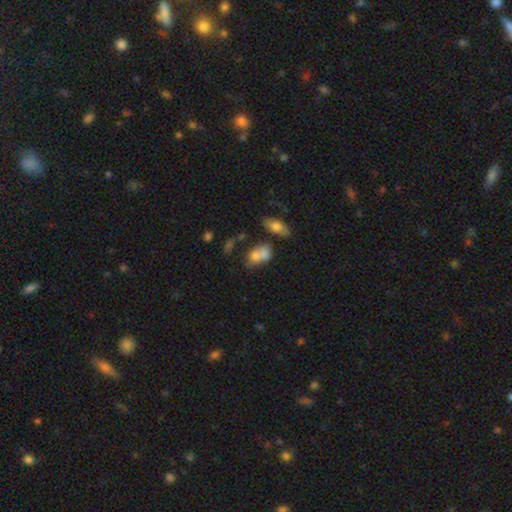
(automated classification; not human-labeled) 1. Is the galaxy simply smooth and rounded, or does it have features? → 73% smooth, 17% featured or disk, 11% star or artifact.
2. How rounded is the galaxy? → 71% in between, 27% round, 2% cigar-shaped.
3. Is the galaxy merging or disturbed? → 54% merger, 27% none, 12% minor disturbance, 7% major disturbance.